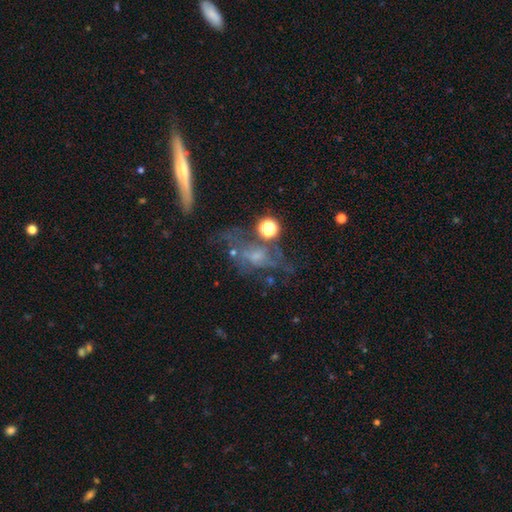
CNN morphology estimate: Smooth or featured?
  - featured or disk: 55% *
  - smooth: 25%
  - star or artifact: 20%
Edge-on disk?
  - no: 83% *
  - yes: 17%
Merging?
  - none: 44% *
  - major disturbance: 27%
  - minor disturbance: 18%
  - merger: 11%